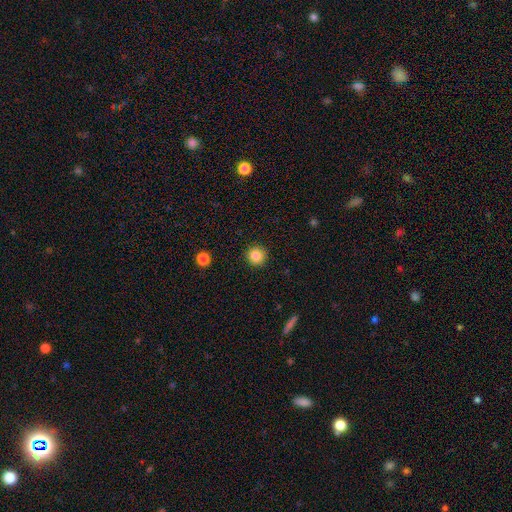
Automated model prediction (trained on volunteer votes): Smooth or featured?
  - smooth: 85% *
  - star or artifact: 10%
  - featured or disk: 5%
How rounded?
  - round: 95% *
  - in between: 4%
  - cigar-shaped: 1%
Merging?
  - none: 92% *
  - minor disturbance: 5%
  - major disturbance: 2%
  - merger: 1%